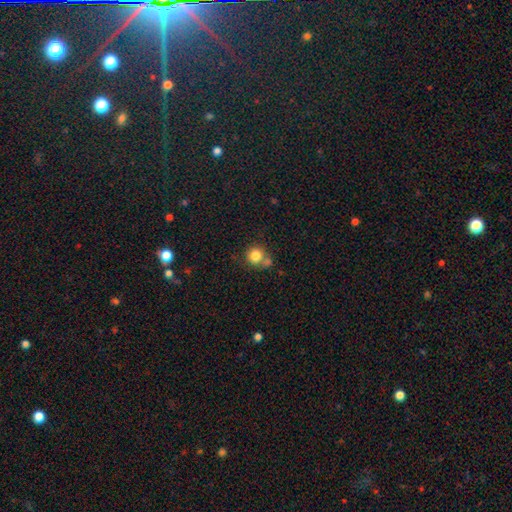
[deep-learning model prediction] smooth_or_featured: smooth (p=0.82) [alt: star or artifact p=0.10]
how_rounded: round (p=0.91) [alt: in between p=0.08]
merging: none (p=0.59) [alt: merger p=0.27]